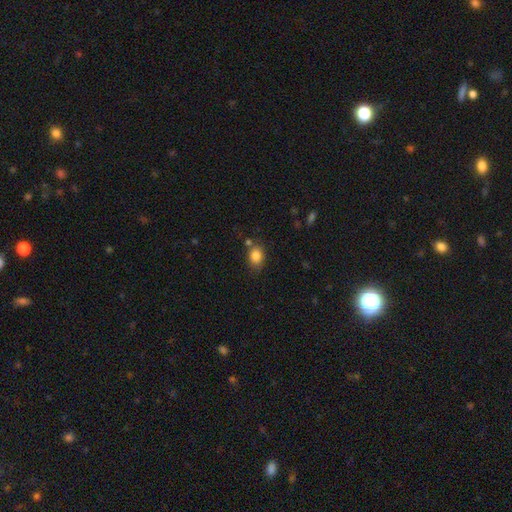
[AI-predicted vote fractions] Smooth or featured? Predicted: smooth (p=0.84). How rounded? Predicted: in between (p=0.63). Merging? Predicted: none (p=0.68).